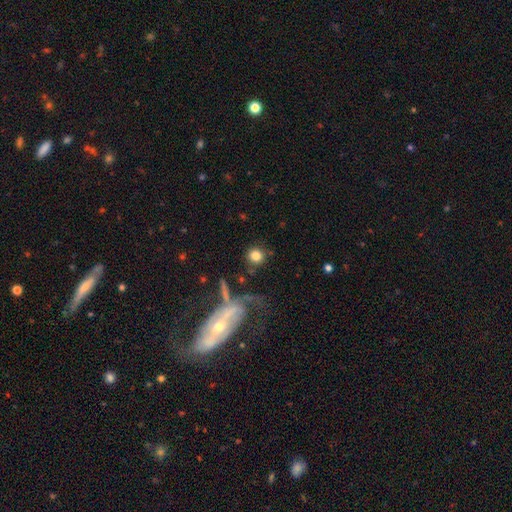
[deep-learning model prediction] Q: Smooth or featured?
A: smooth (79%); runner-up: star or artifact (10%)
Q: How rounded?
A: round (90%); runner-up: in between (9%)
Q: Merging?
A: none (78%); runner-up: minor disturbance (9%)